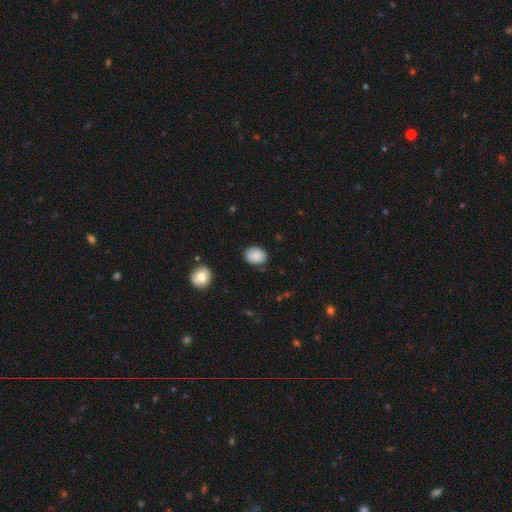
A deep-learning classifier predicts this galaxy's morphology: Overall: smooth (87%). How rounded: in between (60%; round 40%). Merging: none (83%).